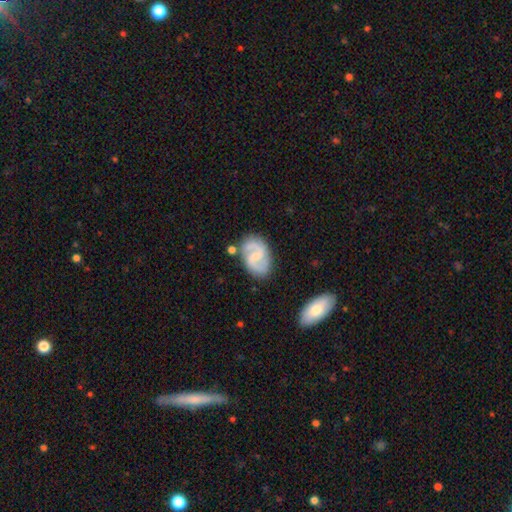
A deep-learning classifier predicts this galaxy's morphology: type=featured or disk (84%); edge-on=no (98%); bar=weak (53%); spiral arms=yes (96%); winding=medium (54%); arm count=2 (92%); bulge=small (56%); merging=none (75%).